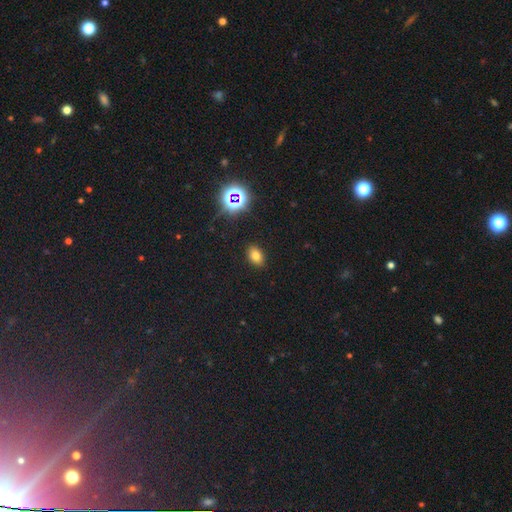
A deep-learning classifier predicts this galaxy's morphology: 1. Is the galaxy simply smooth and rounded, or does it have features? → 73% smooth, 19% star or artifact, 8% featured or disk.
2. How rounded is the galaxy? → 82% in between, 16% round, 2% cigar-shaped.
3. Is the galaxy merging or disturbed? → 88% none, 8% minor disturbance, 3% major disturbance, 1% merger.